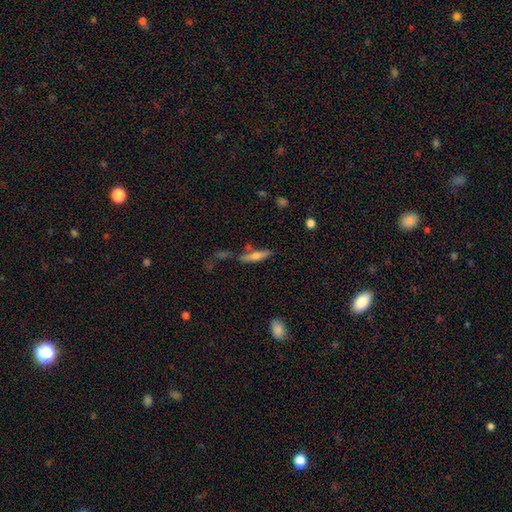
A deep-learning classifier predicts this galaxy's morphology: Q: Smooth or featured?
A: smooth (48%); runner-up: featured or disk (42%)
Q: Merging?
A: none (63%); runner-up: minor disturbance (17%)